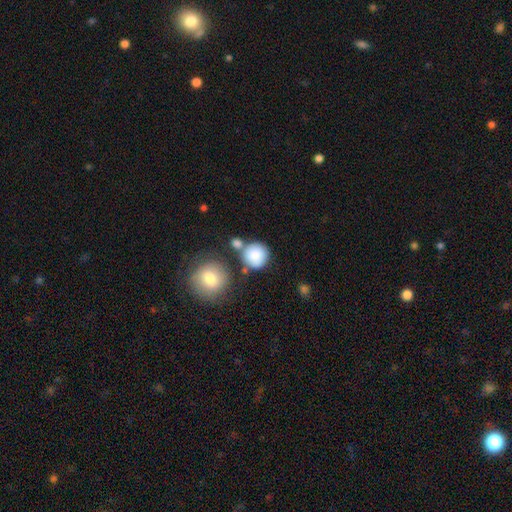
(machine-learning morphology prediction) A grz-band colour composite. It shows a smooth galaxy with no disk features (84%) that is round (92%). Merging: none (66%).